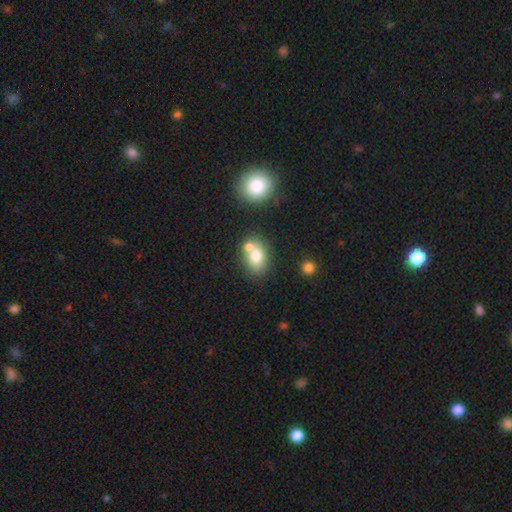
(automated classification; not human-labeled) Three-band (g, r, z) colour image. It shows a smooth galaxy with no disk features (74%) that is in between round and cigar-shaped (69%). Merging: none (47%).